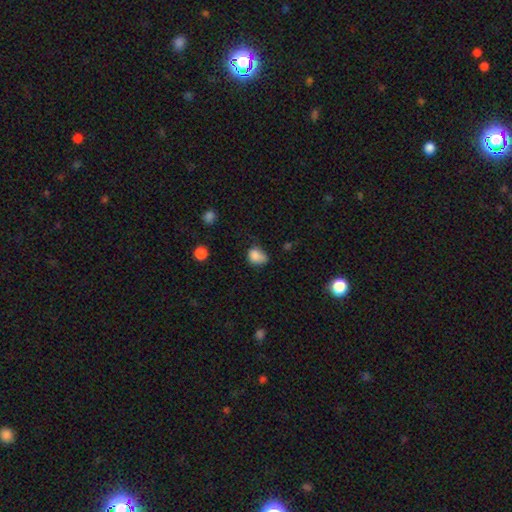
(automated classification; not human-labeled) smooth_or_featured: smooth (p=0.82) [alt: star or artifact p=0.10]
how_rounded: in between (p=0.55) [alt: round p=0.44]
merging: minor disturbance (p=0.42) [alt: none p=0.37]